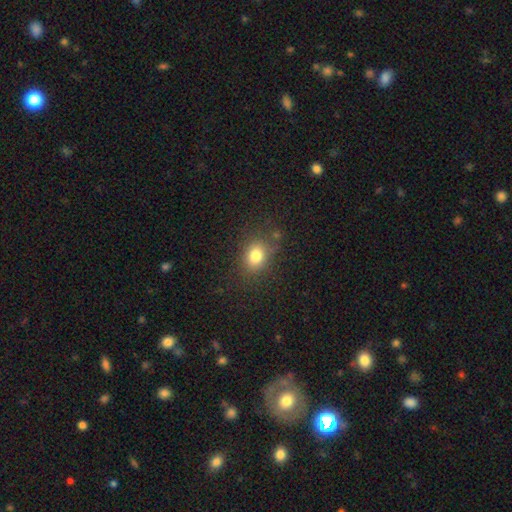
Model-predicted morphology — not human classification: A smooth galaxy with no disk features (80%) that is in between round and cigar-shaped (54%).

Vote fractions:
- Smooth or featured? smooth: 80% / star or artifact: 13% / featured or disk: 8%
- How rounded? in between: 54% / round: 45% / cigar-shaped: 1%
- Merging? none: 78% / minor disturbance: 14% / major disturbance: 5% / merger: 3%